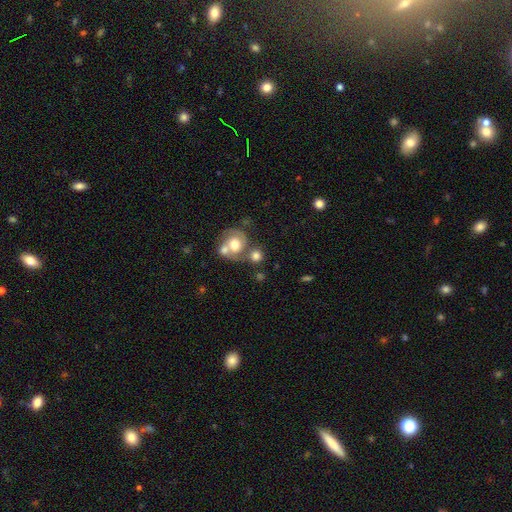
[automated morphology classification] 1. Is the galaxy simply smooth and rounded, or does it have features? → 53% smooth, 38% featured or disk, 9% star or artifact.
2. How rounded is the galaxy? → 77% round, 22% in between, 1% cigar-shaped.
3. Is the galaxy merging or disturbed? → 43% merger, 39% none, 11% minor disturbance, 7% major disturbance.